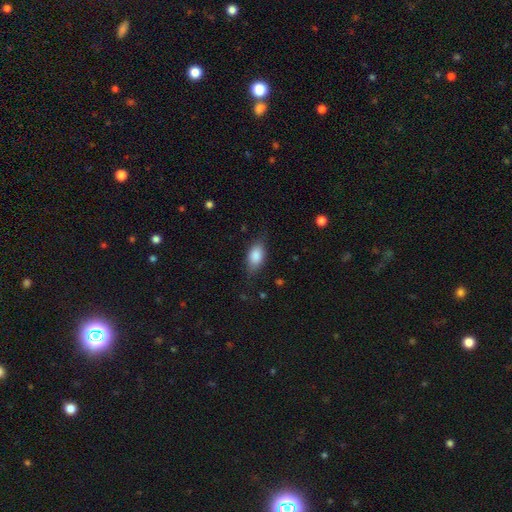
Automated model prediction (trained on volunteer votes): The model was most divided on "merging": none: 73%, minor disturbance: 20%, major disturbance: 6%, merger: 1%. More confident: how rounded — in between (88%); smooth or featured — smooth (83%).